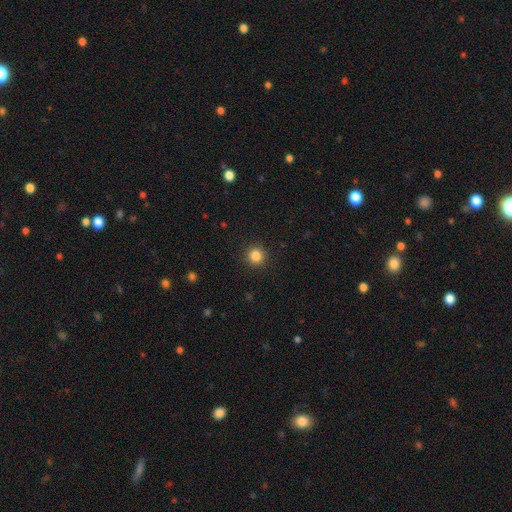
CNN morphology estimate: A smooth galaxy with no disk features (85%) that is round (94%). Merging: none (92%).